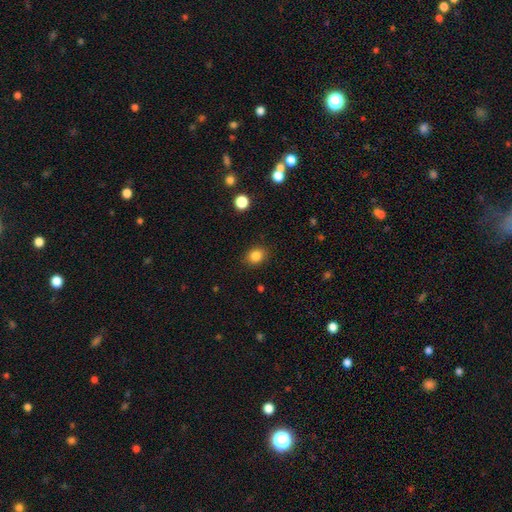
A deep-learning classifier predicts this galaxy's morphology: Smooth or featured?
  - smooth: 84% *
  - star or artifact: 11%
  - featured or disk: 5%
How rounded?
  - round: 61% *
  - in between: 38%
  - cigar-shaped: 1%
Merging?
  - none: 88% *
  - minor disturbance: 9%
  - major disturbance: 3%
  - merger: 1%